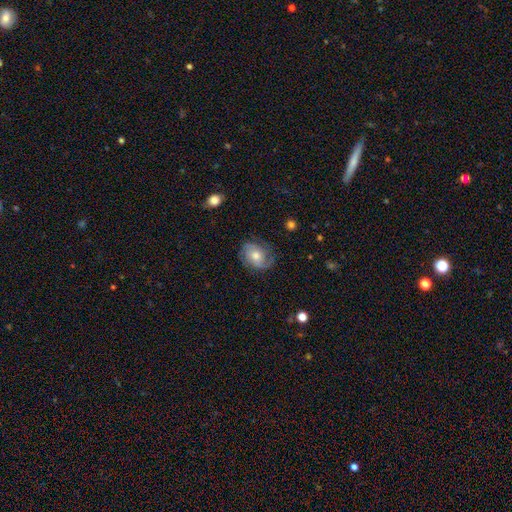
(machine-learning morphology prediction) Q: Smooth or featured?
A: featured or disk (64%); runner-up: smooth (27%)
Q: Edge-on disk?
A: no (97%); runner-up: yes (3%)
Q: Bar?
A: no (71%); runner-up: weak (24%)
Q: Spiral arms?
A: yes (89%); runner-up: no (11%)
Q: Spiral winding?
A: tight (45%); runner-up: medium (39%)
Q: Spiral arm count?
A: 2 (56%); runner-up: can't tell (20%)
Q: Bulge size?
A: moderate (68%); runner-up: small (17%)
Q: Merging?
A: none (74%); runner-up: minor disturbance (18%)